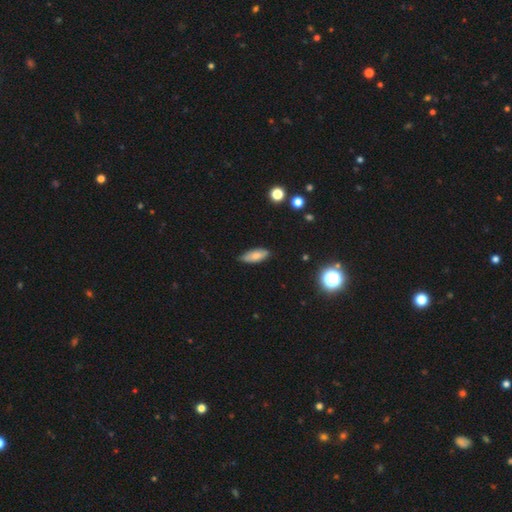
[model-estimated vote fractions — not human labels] smooth-or-featured: smooth: 76% | featured or disk: 16% | star or artifact: 8%
  how-rounded: in between: 74% | cigar-shaped: 24% | round: 2%
  merging: none: 77% | minor disturbance: 19% | major disturbance: 3% | merger: 1%